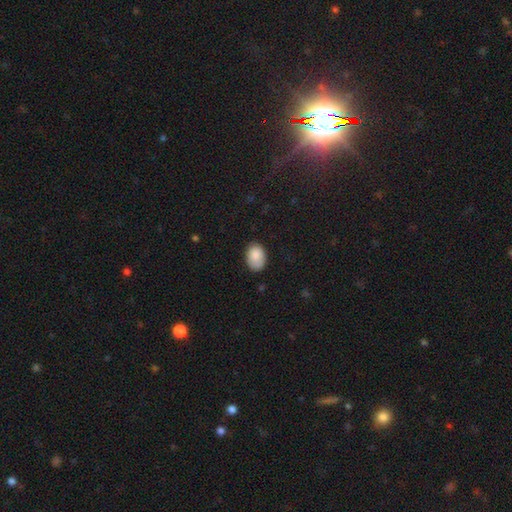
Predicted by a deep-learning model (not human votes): A smooth galaxy with no disk features (87%) that is in between round and cigar-shaped (84%). Merging: none (76%).